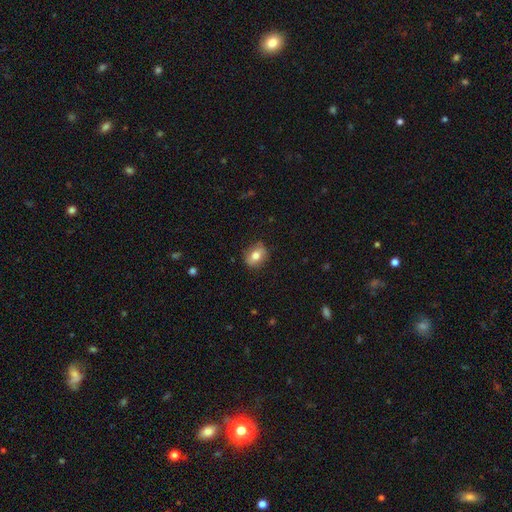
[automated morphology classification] Smooth or featured? smooth (69%)
How rounded? in between (59%)
Merging? none (81%)